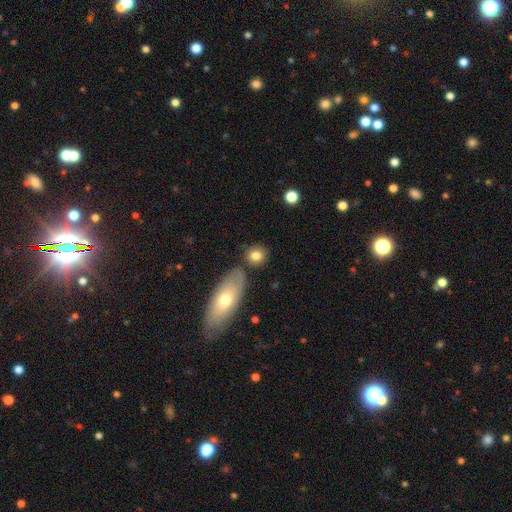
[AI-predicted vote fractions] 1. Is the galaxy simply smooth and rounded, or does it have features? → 82% smooth, 10% featured or disk, 8% star or artifact.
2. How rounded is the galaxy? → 65% round, 33% in between, 3% cigar-shaped.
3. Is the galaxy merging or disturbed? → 72% none, 13% minor disturbance, 11% merger, 5% major disturbance.